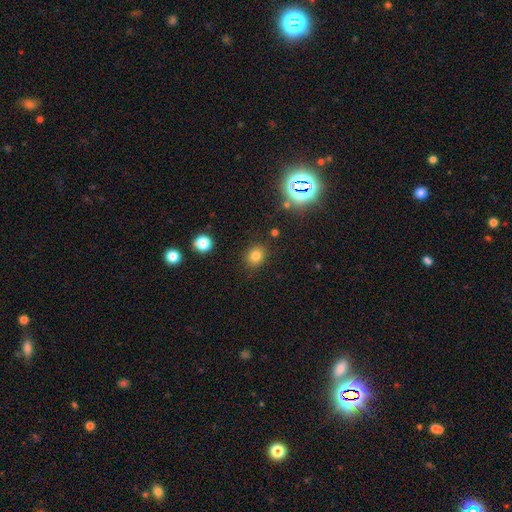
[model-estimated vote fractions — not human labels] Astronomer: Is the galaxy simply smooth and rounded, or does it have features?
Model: smooth — 78%.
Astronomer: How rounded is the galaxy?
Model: round — 73%.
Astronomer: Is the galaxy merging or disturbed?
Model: none — 87%.